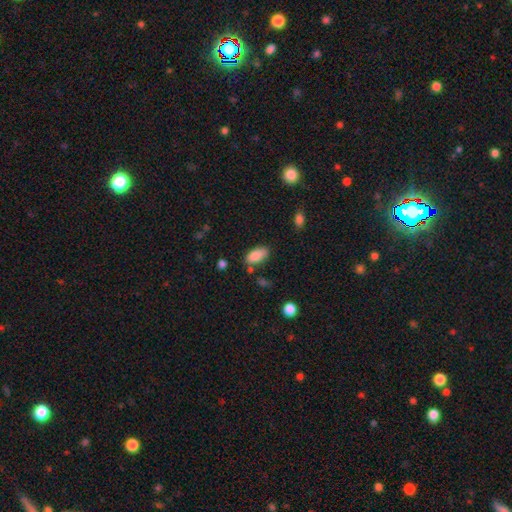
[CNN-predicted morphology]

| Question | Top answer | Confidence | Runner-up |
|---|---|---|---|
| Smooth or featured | smooth | 87% | star or artifact (8%) |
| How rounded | in between | 92% | cigar-shaped (6%) |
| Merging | none | 69% | minor disturbance (19%) |